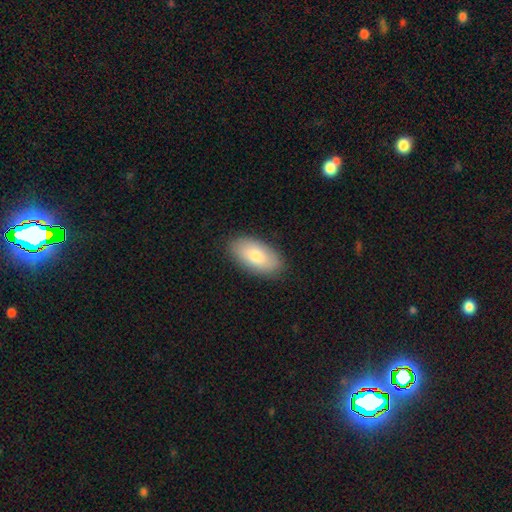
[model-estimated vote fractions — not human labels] smooth-or-featured: smooth: 78% | featured or disk: 16% | star or artifact: 6%
  how-rounded: in between: 94% | round: 3% | cigar-shaped: 3%
  merging: none: 87% | minor disturbance: 9% | major disturbance: 2% | merger: 1%